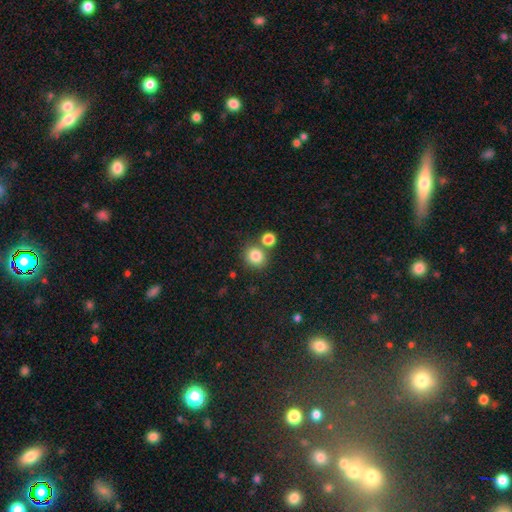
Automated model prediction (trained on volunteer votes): A smooth galaxy with no disk features (83%) that is round (84%). Merging: none (69%).